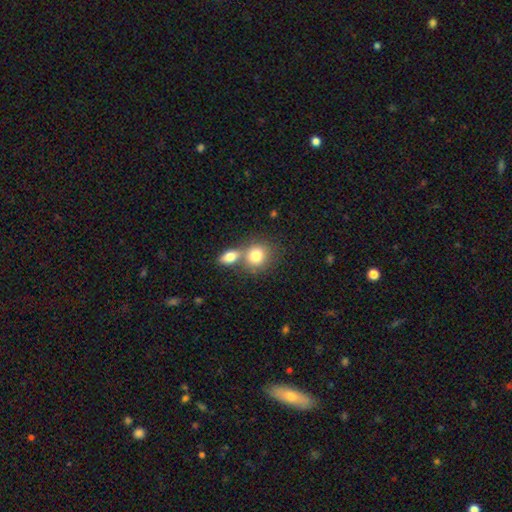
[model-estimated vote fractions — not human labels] Morphology: type=smooth (80%); roundness=round (73%); merging=merger (50%).